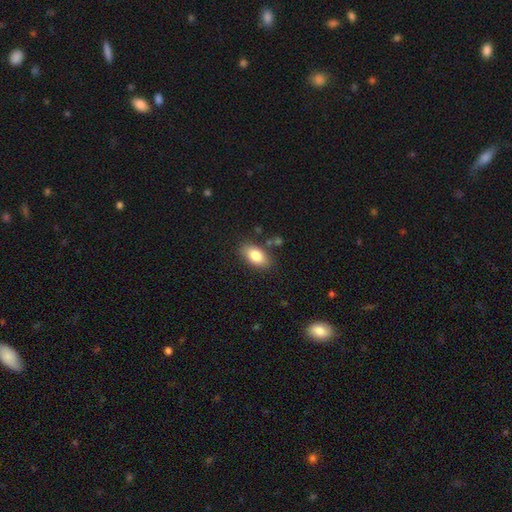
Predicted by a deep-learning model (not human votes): A smooth galaxy with no disk features (82%) that is in between round and cigar-shaped (90%). Merging: none (80%).